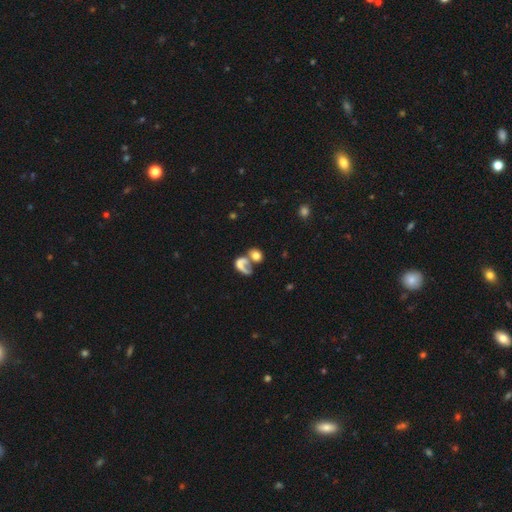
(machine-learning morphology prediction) This is likely a smooth galaxy (63%). How rounded: possibly round (50%). Merging: possibly merger (53%).